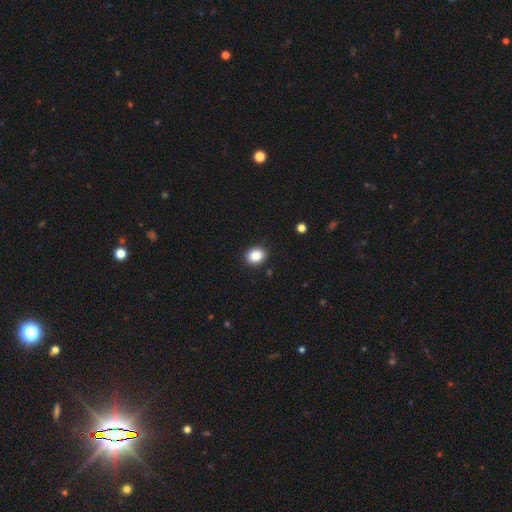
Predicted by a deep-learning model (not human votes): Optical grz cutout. It shows a smooth galaxy with no disk features (88%) that is round (54%). Merging: none (89%).